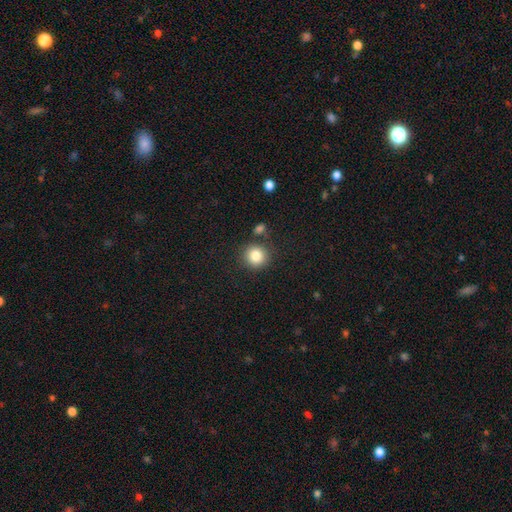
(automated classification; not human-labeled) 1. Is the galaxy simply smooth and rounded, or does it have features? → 85% smooth, 10% star or artifact, 6% featured or disk.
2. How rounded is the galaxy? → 91% round, 8% in between, 1% cigar-shaped.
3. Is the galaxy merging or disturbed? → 81% none, 9% minor disturbance, 7% merger, 3% major disturbance.